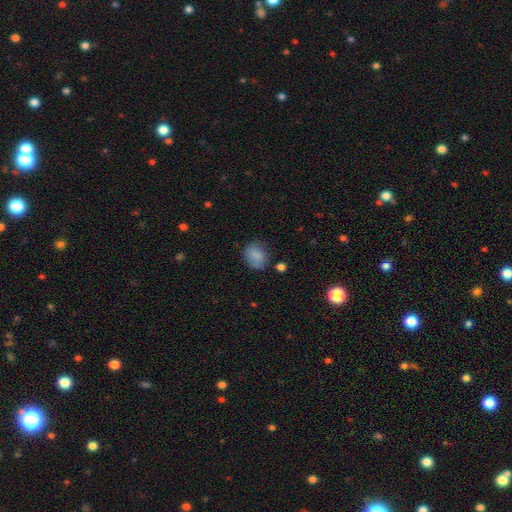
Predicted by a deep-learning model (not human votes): This appears to be a smooth galaxy with no disk features (82%) that is round (56%). Merging: none (67%).